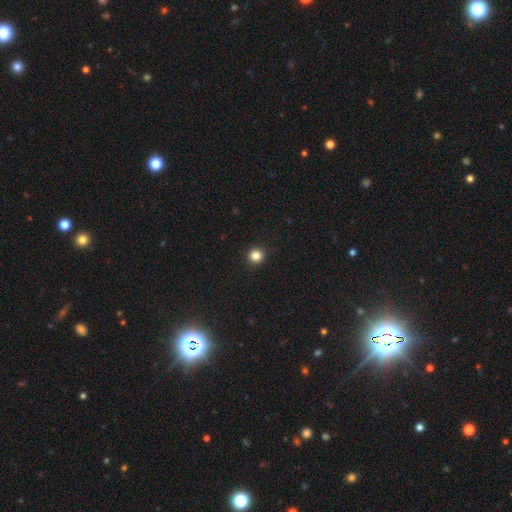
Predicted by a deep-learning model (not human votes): Smooth or featured? smooth (84%)
How rounded? round (95%)
Merging? none (93%)